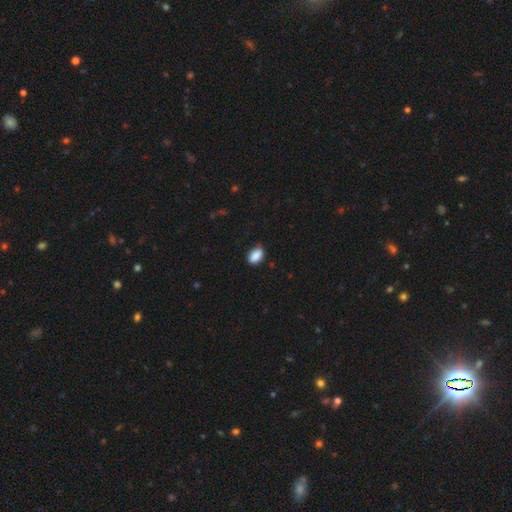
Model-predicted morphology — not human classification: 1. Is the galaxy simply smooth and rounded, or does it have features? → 89% smooth, 8% star or artifact, 4% featured or disk.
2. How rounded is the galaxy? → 89% in between, 9% round, 2% cigar-shaped.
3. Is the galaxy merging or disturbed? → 81% none, 15% minor disturbance, 2% major disturbance, 1% merger.